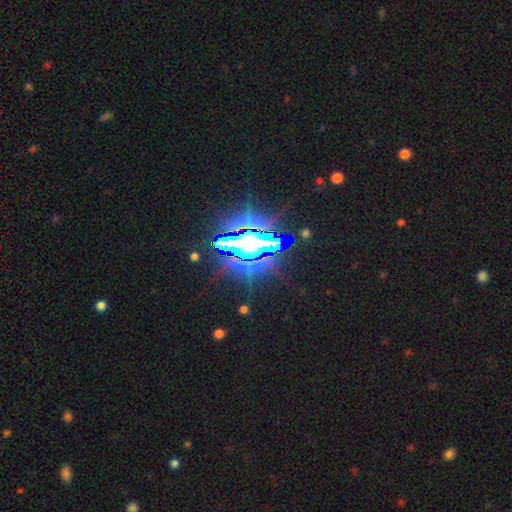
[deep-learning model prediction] smooth-or-featured: star or artifact: 73% | featured or disk: 15% | smooth: 12%